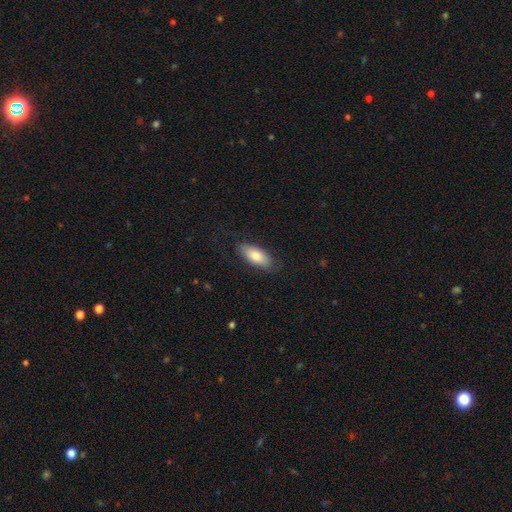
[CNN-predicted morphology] A smooth galaxy with no disk features (79%) that is in between round and cigar-shaped (84%). Merging: none (82%).